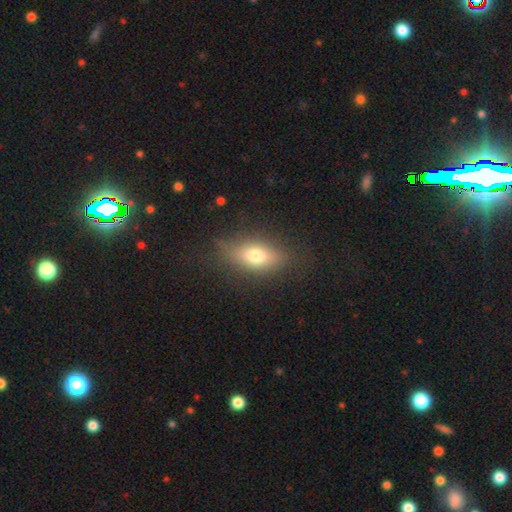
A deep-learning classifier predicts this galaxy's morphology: Smooth or featured: smooth — 68% (featured or disk — 22%)
How rounded: in between — 76% (cigar-shaped — 16%)
Merging: none — 78% (minor disturbance — 15%)